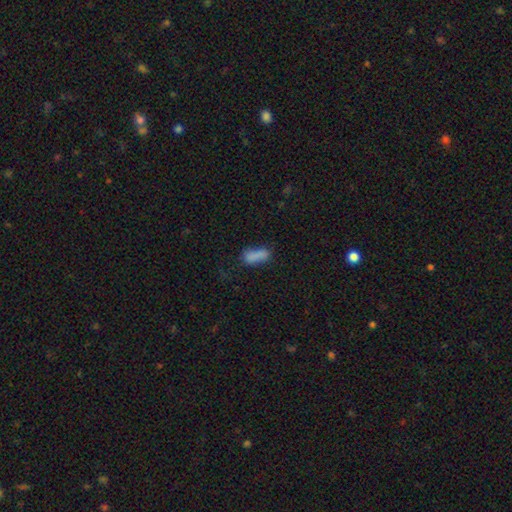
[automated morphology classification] Smooth or featured: smooth — 80% (star or artifact — 11%)
How rounded: in between — 75% (cigar-shaped — 22%)
Merging: none — 52% (minor disturbance — 25%)